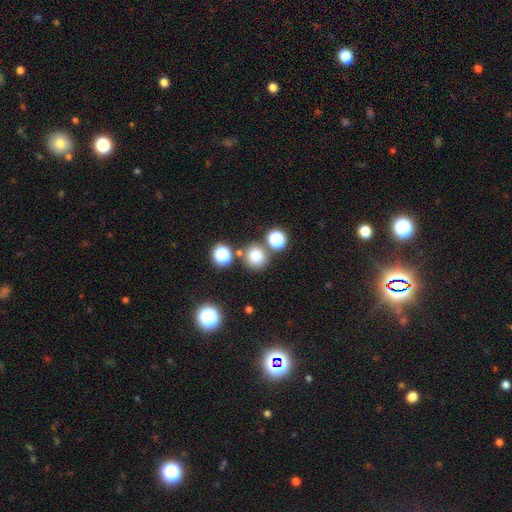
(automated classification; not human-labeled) Smooth or featured: smooth — 73% (star or artifact — 18%)
How rounded: round — 91% (in between — 8%)
Merging: none — 77% (merger — 12%)